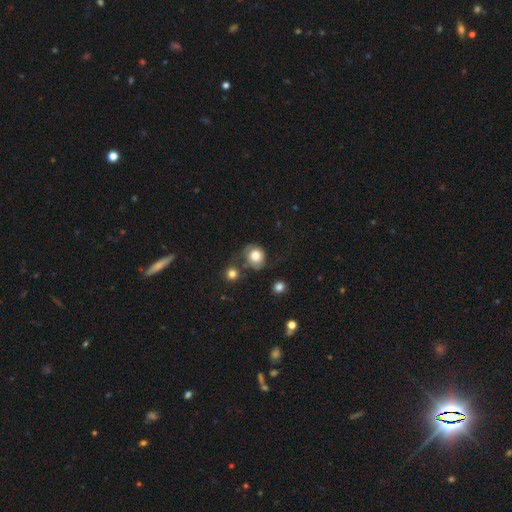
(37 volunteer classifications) Smooth or featured? smooth (70%)
How rounded? in between (62%)
Merging? none (40%)